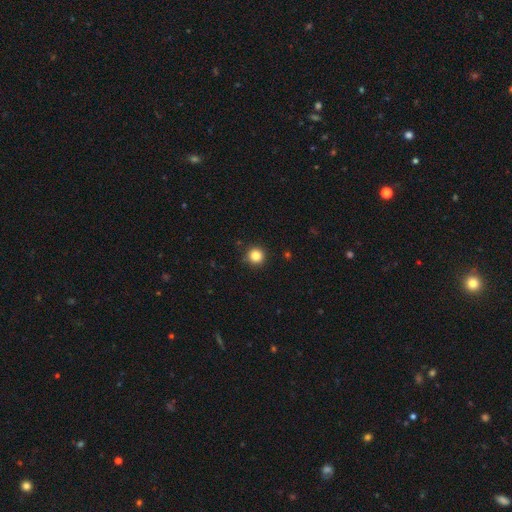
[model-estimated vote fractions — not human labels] The model was most divided on "smooth or featured": smooth: 85%, star or artifact: 11%, featured or disk: 4%. More confident: how rounded — round (95%); merging — none (90%).